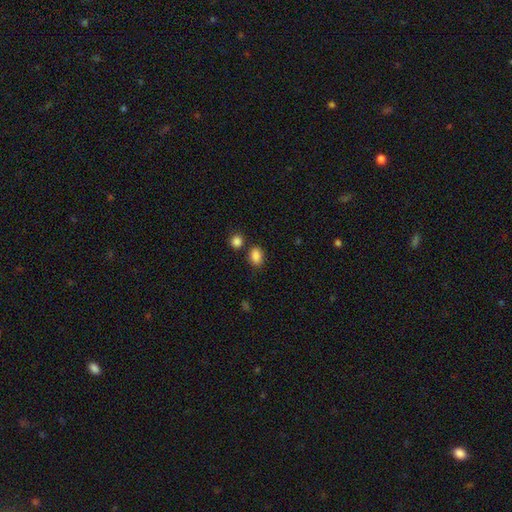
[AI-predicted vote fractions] Smooth or featured? smooth (86%)
How rounded? in between (68%)
Merging? none (74%)